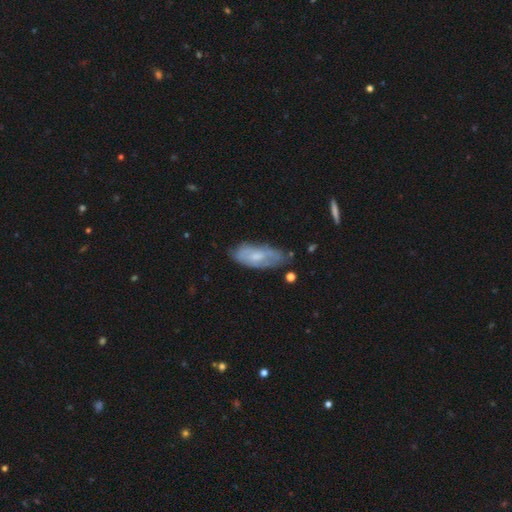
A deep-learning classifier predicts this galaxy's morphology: Smooth or featured? smooth (49%)
Merging? none (60%)